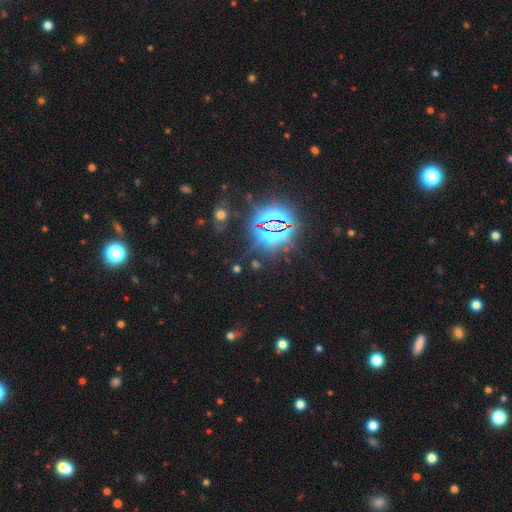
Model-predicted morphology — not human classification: Smooth or featured? Predicted: star or artifact (p=0.81).